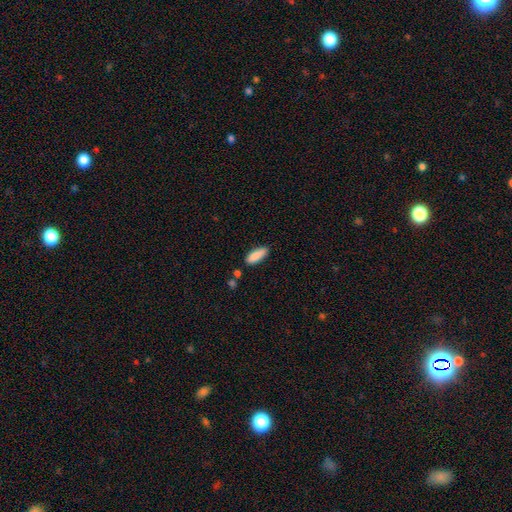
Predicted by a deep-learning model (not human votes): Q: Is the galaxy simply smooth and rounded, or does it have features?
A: smooth — 88%.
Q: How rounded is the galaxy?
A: in between — 67%.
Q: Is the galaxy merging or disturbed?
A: none — 77%.